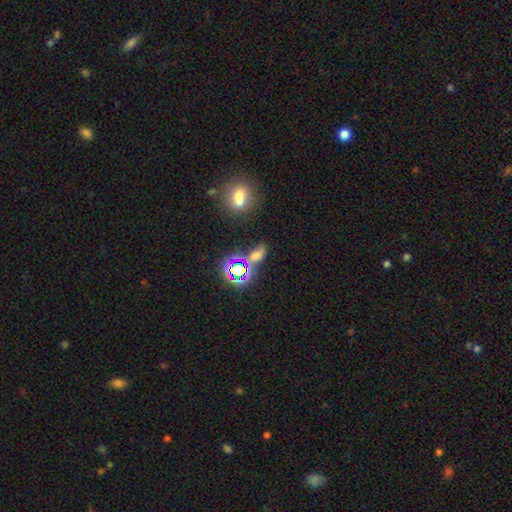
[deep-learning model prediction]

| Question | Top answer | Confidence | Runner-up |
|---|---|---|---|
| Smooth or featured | smooth | 45% | star or artifact (42%) |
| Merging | none | 48% | merger (24%) |